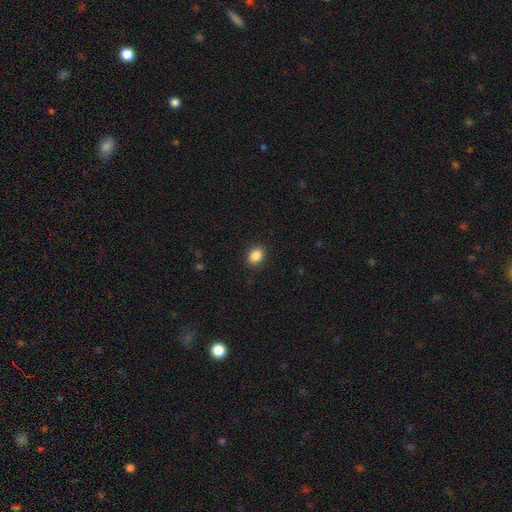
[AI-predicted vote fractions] Smooth or featured: smooth — 87% (star or artifact — 9%)
How rounded: in between — 61% (round — 38%)
Merging: none — 90% (minor disturbance — 7%)